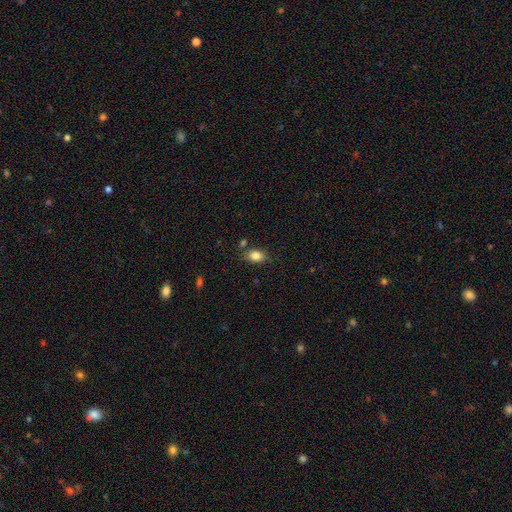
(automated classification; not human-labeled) Q: Smooth or featured?
A: smooth (84%); runner-up: star or artifact (9%)
Q: How rounded?
A: in between (82%); runner-up: round (16%)
Q: Merging?
A: none (75%); runner-up: minor disturbance (15%)